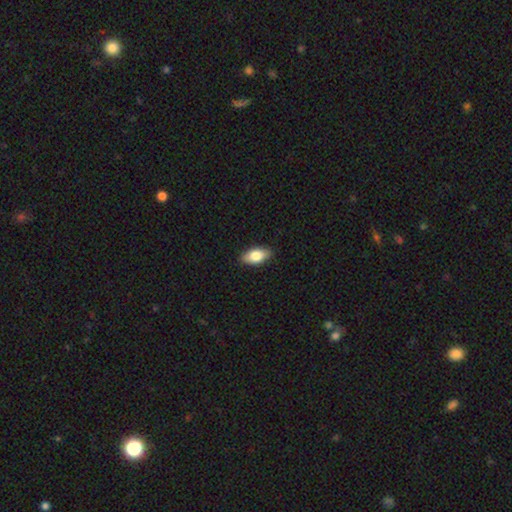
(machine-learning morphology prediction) Smooth or featured?
  - smooth: 77% *
  - featured or disk: 16%
  - star or artifact: 6%
How rounded?
  - in between: 89% *
  - cigar-shaped: 7%
  - round: 4%
Merging?
  - none: 88% *
  - minor disturbance: 9%
  - major disturbance: 2%
  - merger: 1%